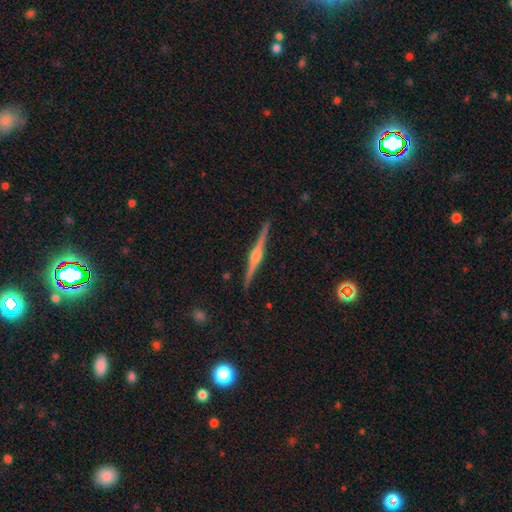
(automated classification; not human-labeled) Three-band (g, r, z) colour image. It shows a featured or disk galaxy (85%) viewed edge-on (99%) with a rounded central bulge (80%). Merging: none (92%).